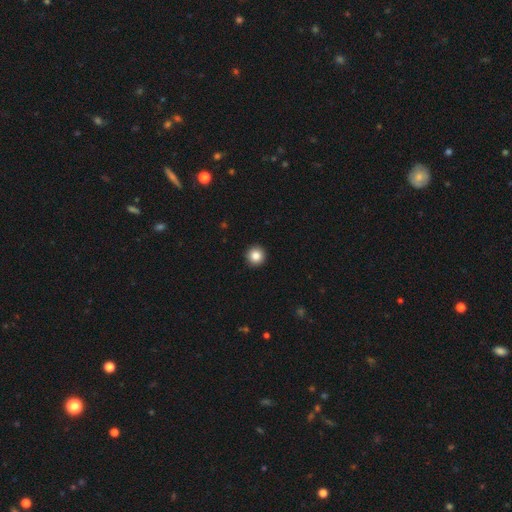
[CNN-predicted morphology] Smooth or featured: smooth — 85% (star or artifact — 10%)
How rounded: round — 96% (in between — 3%)
Merging: none — 93% (minor disturbance — 4%)